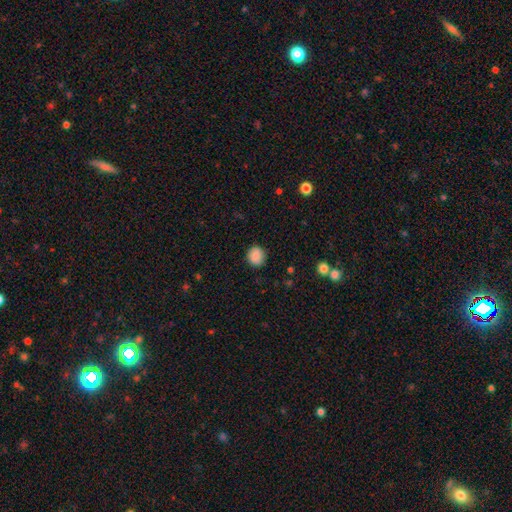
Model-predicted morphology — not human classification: smooth-or-featured: smooth: 87% | star or artifact: 9% | featured or disk: 5%
  how-rounded: round: 84% | in between: 15% | cigar-shaped: 1%
  merging: none: 85% | minor disturbance: 11% | major disturbance: 3% | merger: 1%